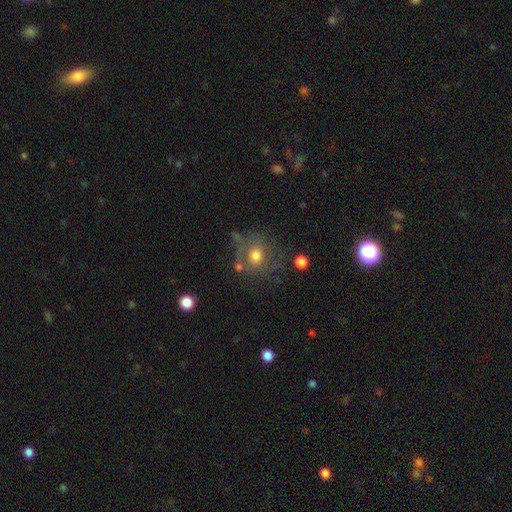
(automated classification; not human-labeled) This appears to be a smooth galaxy with no disk features (56%) that is round (74%). Merging: none (54%).